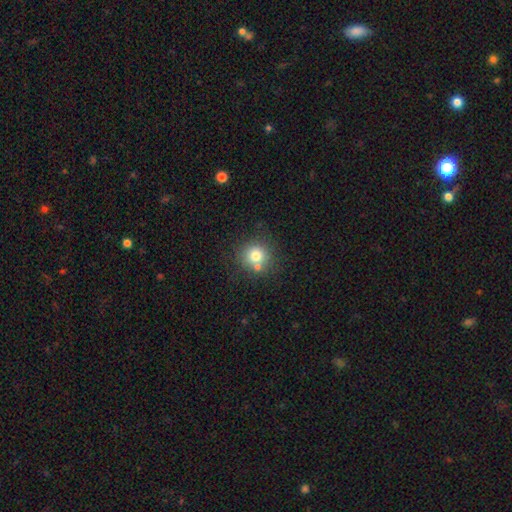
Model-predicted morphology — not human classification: smooth-or-featured: smooth: 76% | star or artifact: 13% | featured or disk: 12%
  how-rounded: round: 91% | in between: 8% | cigar-shaped: 1%
  merging: none: 68% | merger: 18% | minor disturbance: 10% | major disturbance: 4%